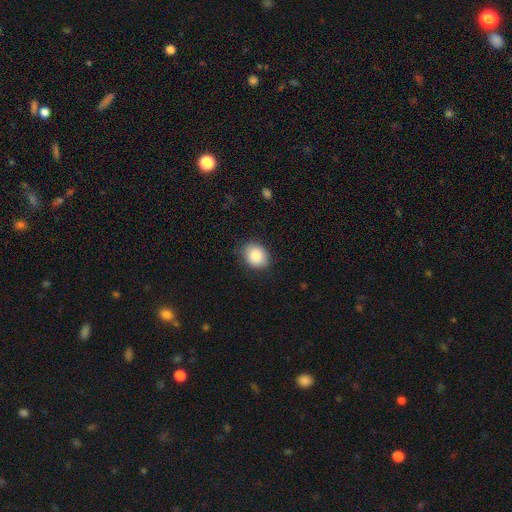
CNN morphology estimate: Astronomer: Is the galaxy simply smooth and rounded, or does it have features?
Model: smooth — 85%.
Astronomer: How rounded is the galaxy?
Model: round — 58% (runner-up: in between, 41%).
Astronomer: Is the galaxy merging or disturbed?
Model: none — 84%.